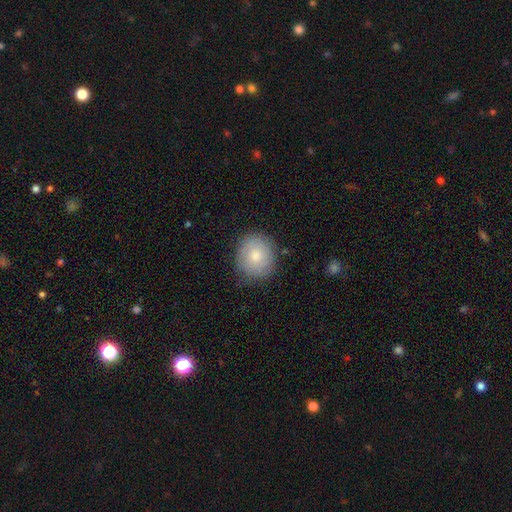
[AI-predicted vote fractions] Smooth or featured: smooth — 76% (featured or disk — 18%)
How rounded: round — 80% (in between — 19%)
Merging: none — 80% (minor disturbance — 15%)